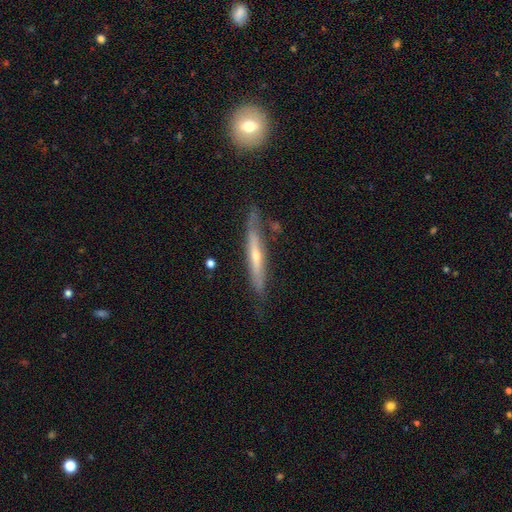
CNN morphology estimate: Smooth or featured: featured or disk — 68% (smooth — 26%)
Edge-on disk: yes — 89% (no — 11%)
Edge-on bulge: rounded — 68% (none — 29%)
Merging: none — 72% (minor disturbance — 20%)